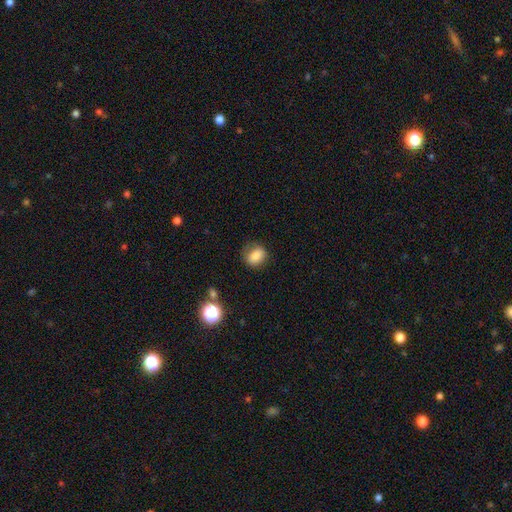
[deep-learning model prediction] Smooth or featured? smooth (79%)
How rounded? round (52%)
Merging? none (74%)